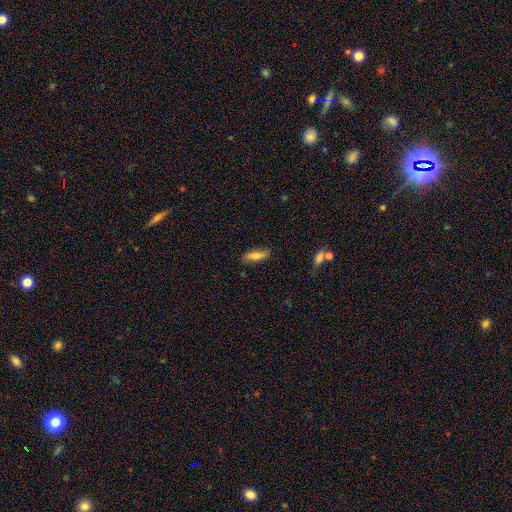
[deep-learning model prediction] Smooth or featured?
  - smooth: 75% *
  - featured or disk: 17%
  - star or artifact: 7%
How rounded?
  - in between: 54% *
  - cigar-shaped: 44%
  - round: 2%
Merging?
  - none: 79% *
  - minor disturbance: 16%
  - major disturbance: 3%
  - merger: 2%